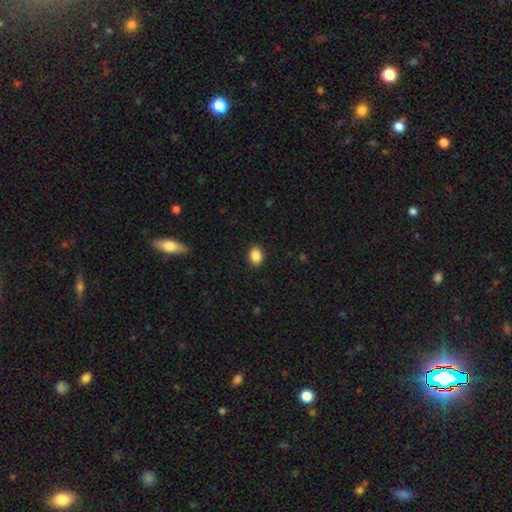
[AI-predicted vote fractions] A smooth galaxy with no disk features (88%) that is in between round and cigar-shaped (65%).

Vote fractions:
- Smooth or featured? smooth: 88% / star or artifact: 9% / featured or disk: 4%
- How rounded? in between: 65% / round: 34% / cigar-shaped: 1%
- Merging? none: 90% / minor disturbance: 7% / major disturbance: 2% / merger: 1%